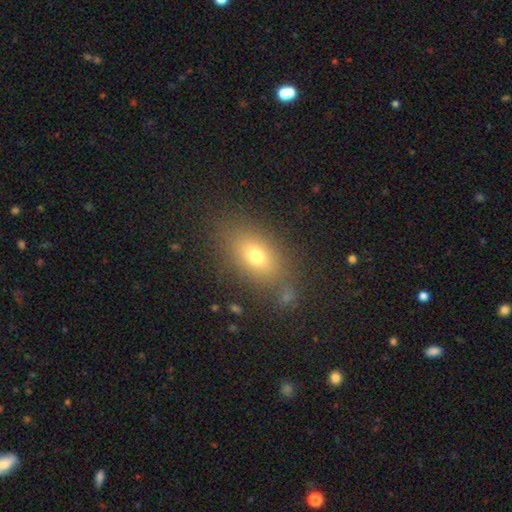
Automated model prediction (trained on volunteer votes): Q: Smooth or featured?
A: smooth (69%); runner-up: featured or disk (16%)
Q: How rounded?
A: in between (78%); runner-up: round (17%)
Q: Merging?
A: none (77%); runner-up: minor disturbance (13%)